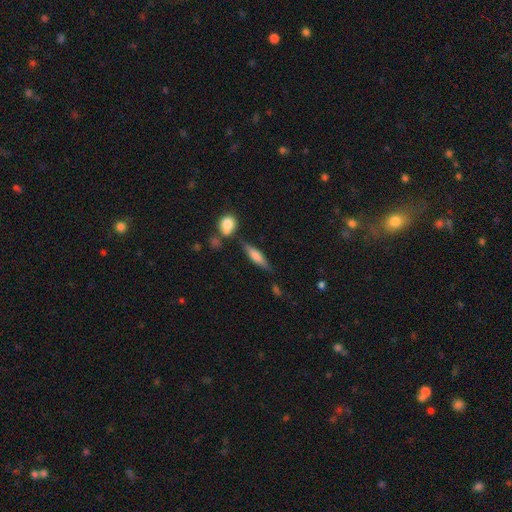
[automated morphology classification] This appears to be a smooth galaxy with no disk features (58%) that is cigar-shaped (69%). Merging: none (74%).